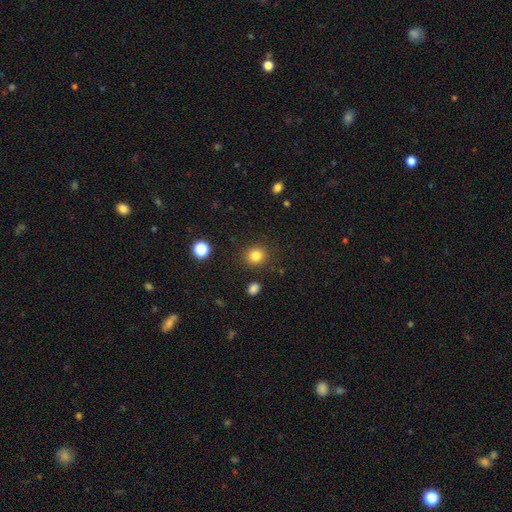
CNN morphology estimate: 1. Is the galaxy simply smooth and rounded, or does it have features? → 83% smooth, 12% star or artifact, 5% featured or disk.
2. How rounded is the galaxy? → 85% round, 14% in between, 1% cigar-shaped.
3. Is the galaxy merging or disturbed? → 88% none, 7% minor disturbance, 3% major disturbance, 2% merger.